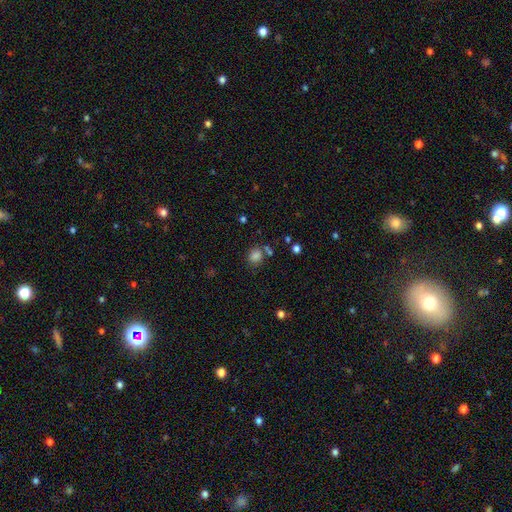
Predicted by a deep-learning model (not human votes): smooth_or_featured: smooth (p=0.80) [alt: star or artifact p=0.14]
how_rounded: round (p=0.63) [alt: in between p=0.36]
merging: none (p=0.69) [alt: minor disturbance p=0.14]